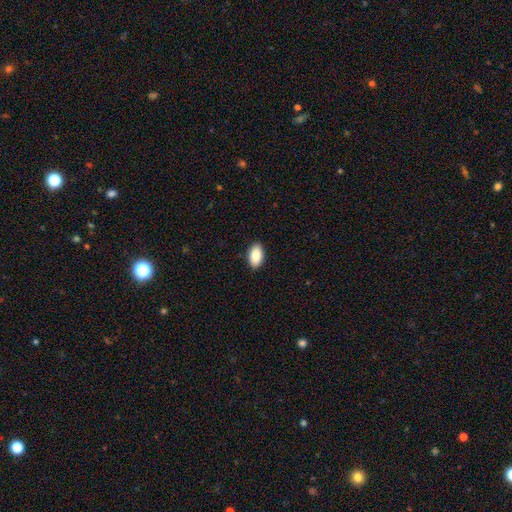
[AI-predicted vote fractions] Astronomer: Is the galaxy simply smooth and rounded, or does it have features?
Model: smooth — 88%.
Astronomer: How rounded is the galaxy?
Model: in between — 94%.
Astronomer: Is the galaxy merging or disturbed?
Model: none — 90%.